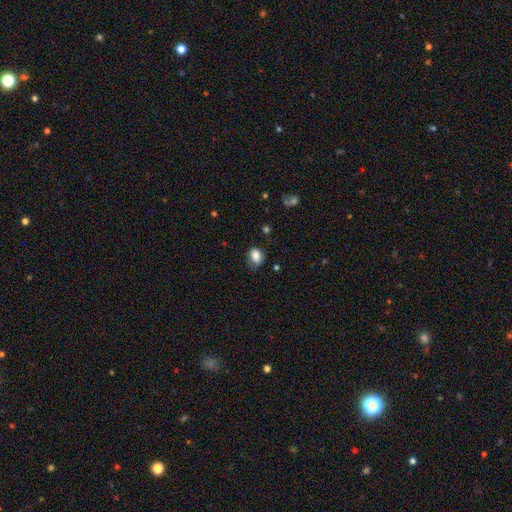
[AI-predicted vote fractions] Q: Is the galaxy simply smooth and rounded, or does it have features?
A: smooth — 85%.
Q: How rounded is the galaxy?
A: in between — 71%.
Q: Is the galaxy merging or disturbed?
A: none — 63%.